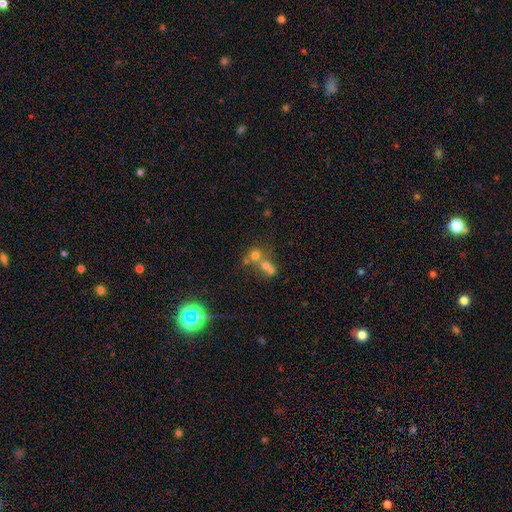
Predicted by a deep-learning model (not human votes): Smooth or featured? Predicted: smooth (p=0.54). How rounded? Predicted: round (p=0.78). Merging? Predicted: merger (p=0.57).